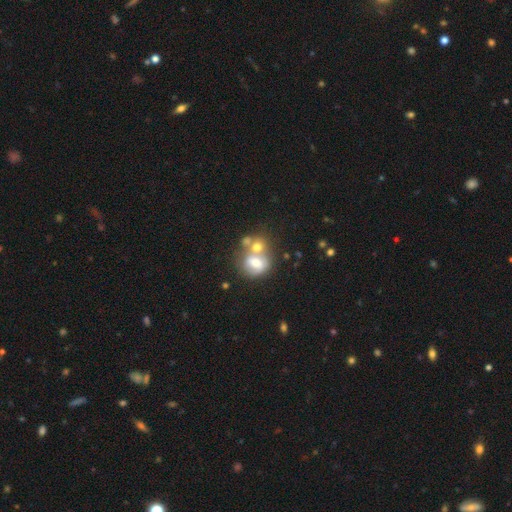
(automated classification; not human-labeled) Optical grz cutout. It shows a smooth galaxy with no disk features (54%) that is round (63%). Merging: merger (58%).